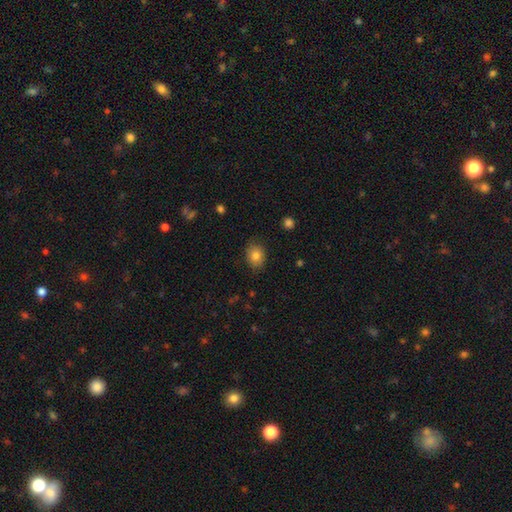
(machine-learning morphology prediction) The model was most divided on "how rounded": in between: 52%, round: 47%, cigar-shaped: 1%. More confident: merging — none (84%); smooth or featured — smooth (81%).